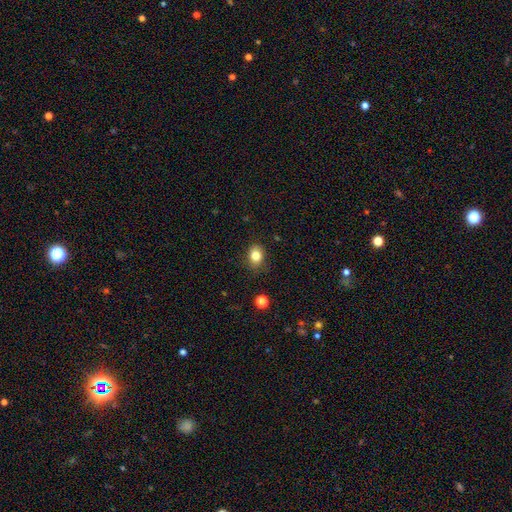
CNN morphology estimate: A smooth galaxy with no disk features (82%) that is in between round and cigar-shaped (56%). Merging: none (84%).